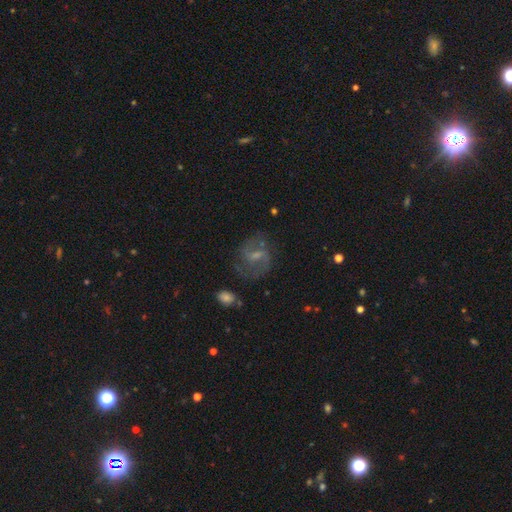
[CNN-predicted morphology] smooth-or-featured: featured or disk: 74% | smooth: 17% | star or artifact: 9%
  disk-edge-on: no: 97% | yes: 3%
    bar: weak: 58% | strong: 21% | no: 21%
    has-spiral-arms: yes: 89% | no: 11%
      spiral-winding: medium: 52% | loose: 32% | tight: 16%
      spiral-arm-count: 2: 83% | can't tell: 8% | 1: 4% | 3: 2% | 4: 1% | more than 4: 1%
    bulge-size: small: 42% | moderate: 31% | none: 23% | large: 3% | dominant: 1%
  merging: none: 66% | minor disturbance: 18% | major disturbance: 12% | merger: 3%